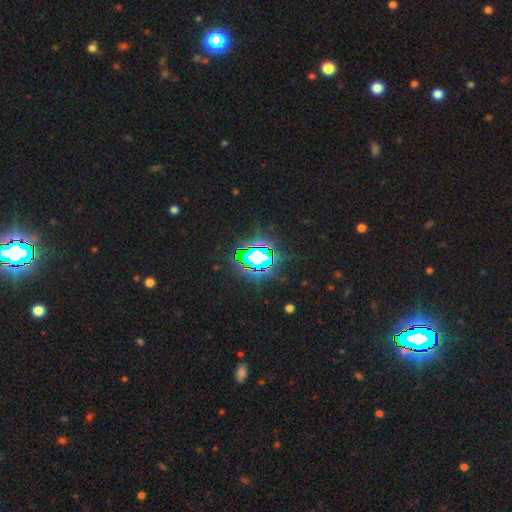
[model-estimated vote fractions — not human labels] This is likely a star or artifact rather than a galaxy (76%).